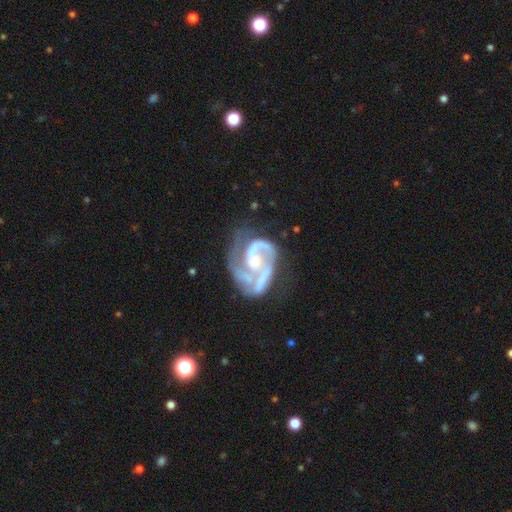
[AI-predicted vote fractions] Morphology: type=featured or disk (91%); edge-on=no (98%); bar=no (41%); spiral arms=yes (98%); winding=medium (54%); arm count=2 (81%); bulge=small (54%); merging=none (57%).